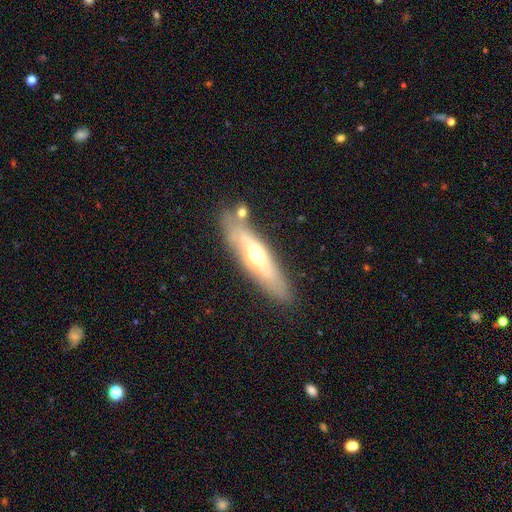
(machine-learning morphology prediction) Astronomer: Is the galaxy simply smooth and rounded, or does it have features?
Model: featured or disk — 53% (runner-up: smooth, 40%).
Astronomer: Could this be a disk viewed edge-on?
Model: yes — 60% (runner-up: no, 40%).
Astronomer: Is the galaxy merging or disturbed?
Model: none — 76%.